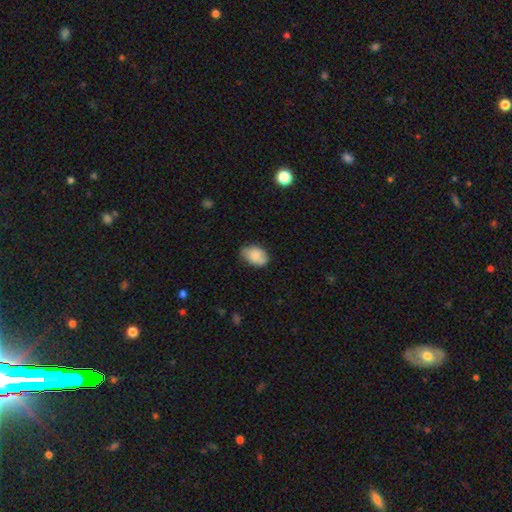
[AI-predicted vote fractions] Smooth or featured?
  - smooth: 81% *
  - featured or disk: 12%
  - star or artifact: 7%
How rounded?
  - in between: 82% *
  - round: 17%
  - cigar-shaped: 1%
Merging?
  - none: 66% *
  - minor disturbance: 28%
  - major disturbance: 5%
  - merger: 2%